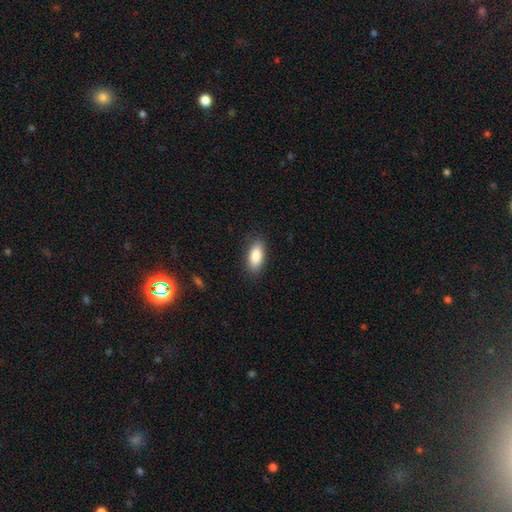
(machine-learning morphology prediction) This is clearly a smooth galaxy (87%). How rounded: clearly in between (87%). Merging: clearly none (85%).